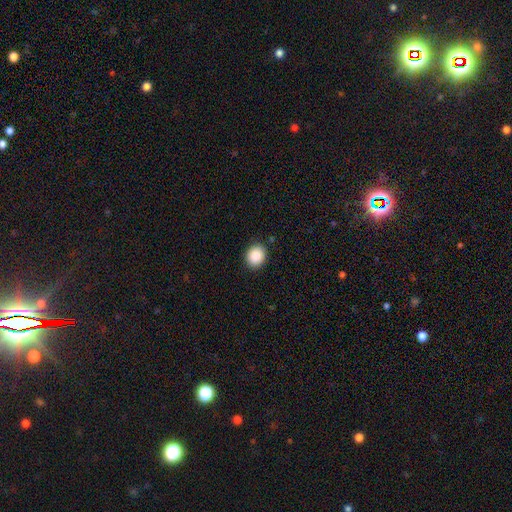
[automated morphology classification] A smooth galaxy with no disk features (88%) that is round (61%).

Vote fractions:
- Smooth or featured? smooth: 88% / star or artifact: 8% / featured or disk: 3%
- How rounded? round: 61% / in between: 38% / cigar-shaped: 1%
- Merging? none: 89% / minor disturbance: 8% / major disturbance: 2% / merger: 1%